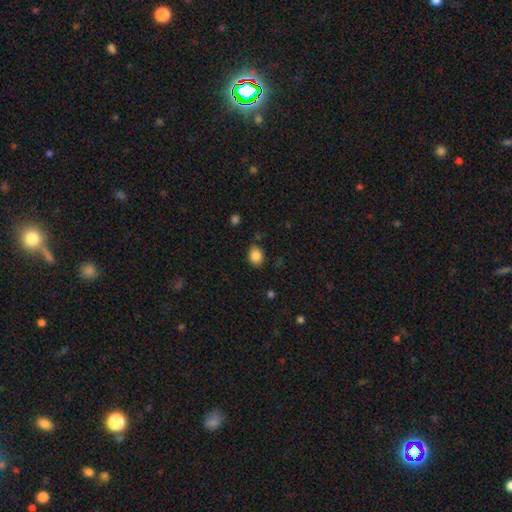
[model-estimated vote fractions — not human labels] This appears to be a smooth galaxy with no disk features (85%) that is in between round and cigar-shaped (51%). Merging: none (82%).